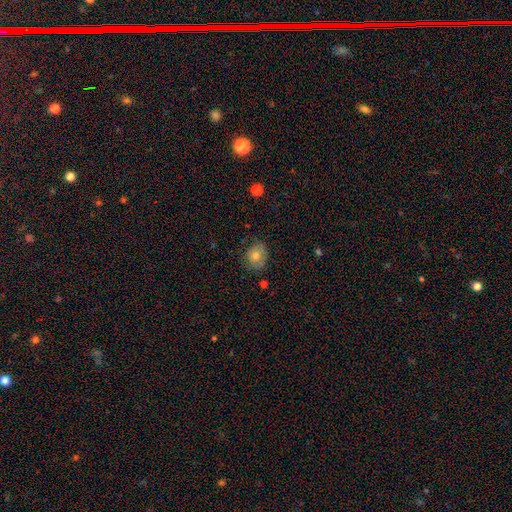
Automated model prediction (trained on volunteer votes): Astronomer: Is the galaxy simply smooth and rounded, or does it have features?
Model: smooth — 71%.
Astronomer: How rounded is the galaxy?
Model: round — 51% (runner-up: in between, 48%).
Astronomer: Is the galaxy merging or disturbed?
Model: none — 70%.